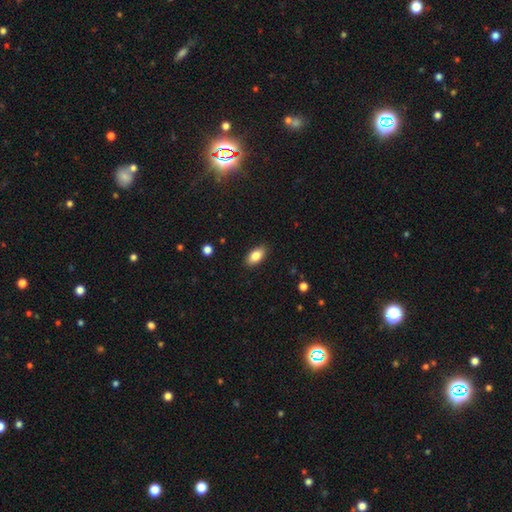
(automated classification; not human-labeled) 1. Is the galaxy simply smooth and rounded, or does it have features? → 83% smooth, 9% featured or disk, 7% star or artifact.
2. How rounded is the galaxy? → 91% in between, 5% cigar-shaped, 4% round.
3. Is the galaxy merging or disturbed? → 88% none, 9% minor disturbance, 2% major disturbance, 1% merger.